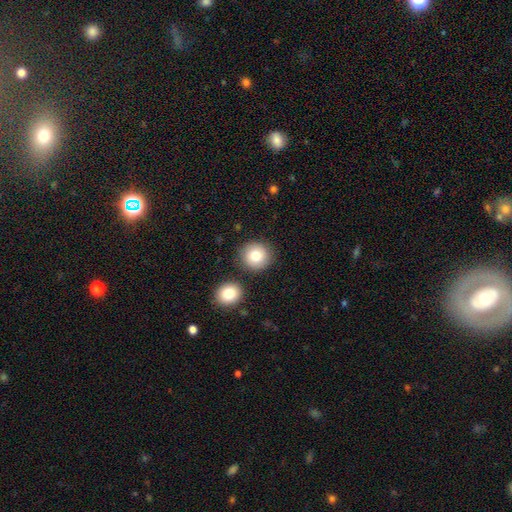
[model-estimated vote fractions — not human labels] Smooth or featured? smooth (80%)
How rounded? round (90%)
Merging? none (81%)